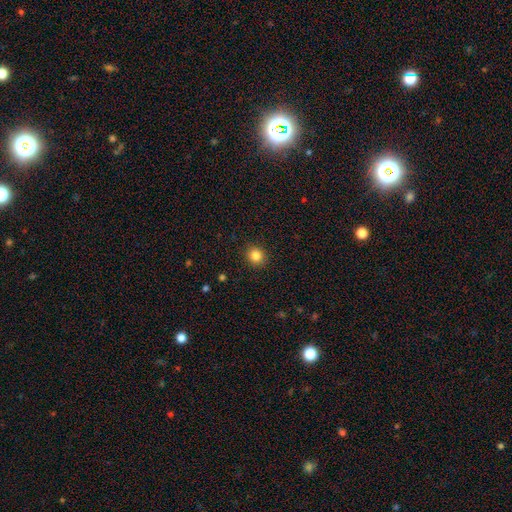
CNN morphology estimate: A smooth galaxy with no disk features (84%) that is round (86%). Merging: none (92%).